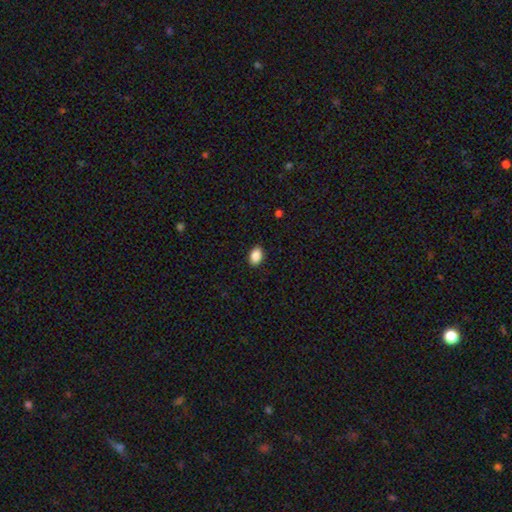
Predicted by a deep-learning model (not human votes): smooth-or-featured: smooth: 89% | star or artifact: 8% | featured or disk: 3%
  how-rounded: in between: 85% | round: 14% | cigar-shaped: 1%
  merging: none: 89% | minor disturbance: 8% | major disturbance: 2% | merger: 1%